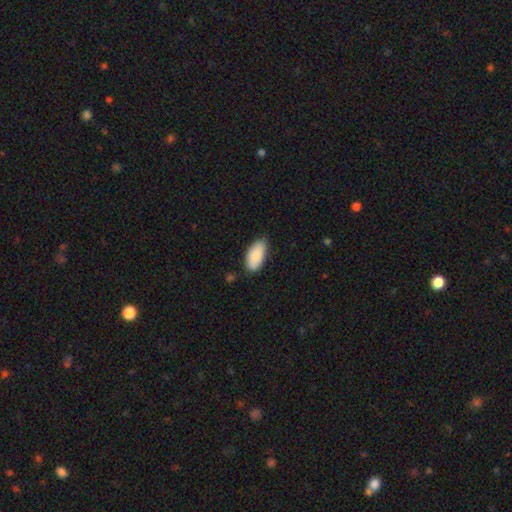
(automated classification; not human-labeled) Smooth or featured: smooth — 86% (featured or disk — 8%)
How rounded: in between — 93% (cigar-shaped — 5%)
Merging: none — 73% (minor disturbance — 22%)